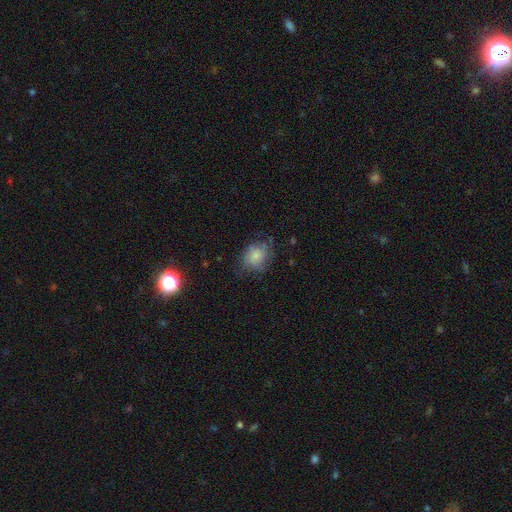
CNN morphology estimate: smooth 68%, featured or disk 22%, star or artifact 10%. Down the decision tree: how rounded — round (59%); merging — none (60%).